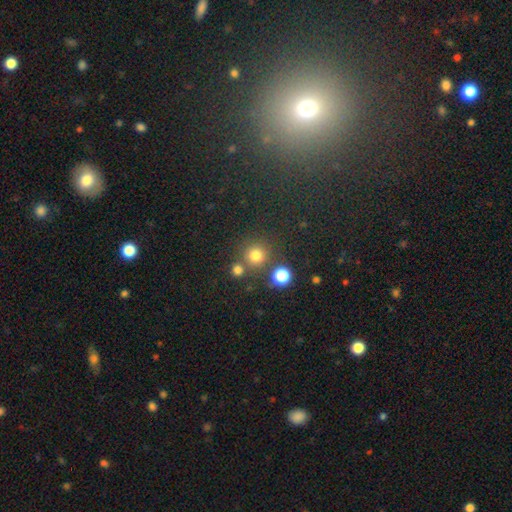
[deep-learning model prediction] smooth_or_featured: smooth (p=0.75) [alt: star or artifact p=0.19]
how_rounded: round (p=0.92) [alt: in between p=0.07]
merging: none (p=0.73) [alt: merger p=0.15]